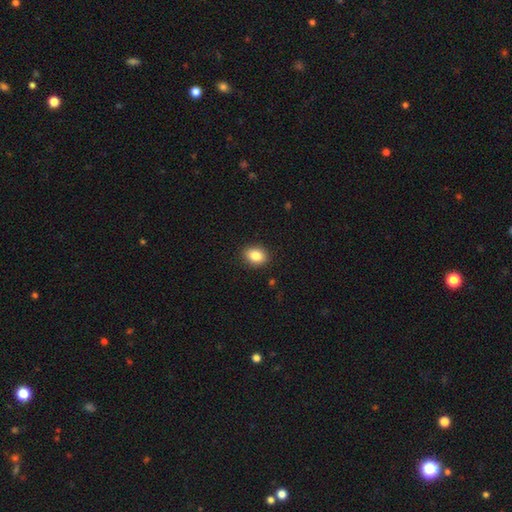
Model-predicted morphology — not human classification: type=smooth (85%); roundness=in between (68%); merging=none (90%).